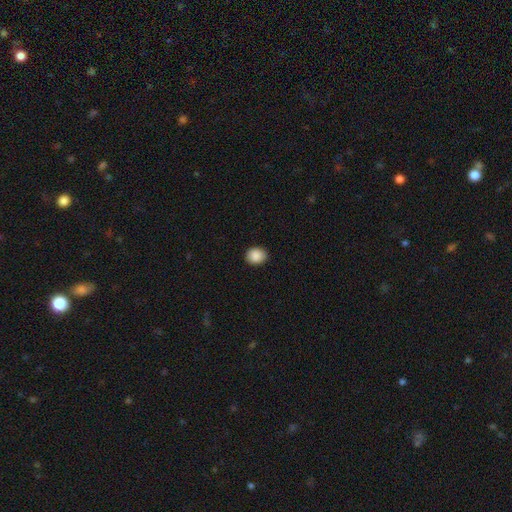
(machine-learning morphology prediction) Smooth or featured? Predicted: smooth (p=0.89). How rounded? Predicted: round (p=0.55). Merging? Predicted: none (p=0.88).